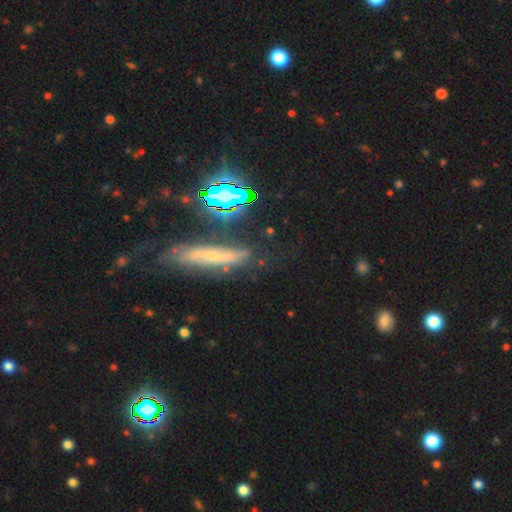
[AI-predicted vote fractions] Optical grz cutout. It shows a featured or disk galaxy (44%). Merging: none (69%).